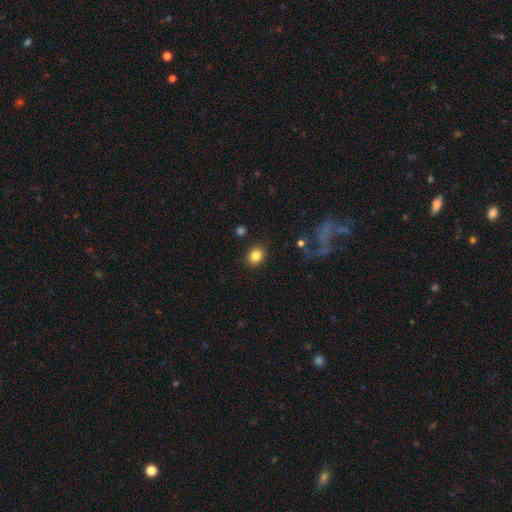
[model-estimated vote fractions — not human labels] This appears to be a smooth galaxy with no disk features (84%) that is round (58%). Merging: none (87%).